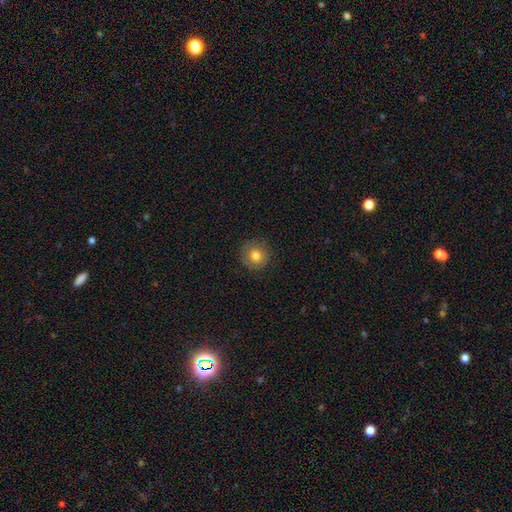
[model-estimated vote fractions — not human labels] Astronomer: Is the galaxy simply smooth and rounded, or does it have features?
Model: smooth — 79%.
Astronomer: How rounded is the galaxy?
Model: round — 94%.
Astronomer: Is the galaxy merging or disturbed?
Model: none — 87%.